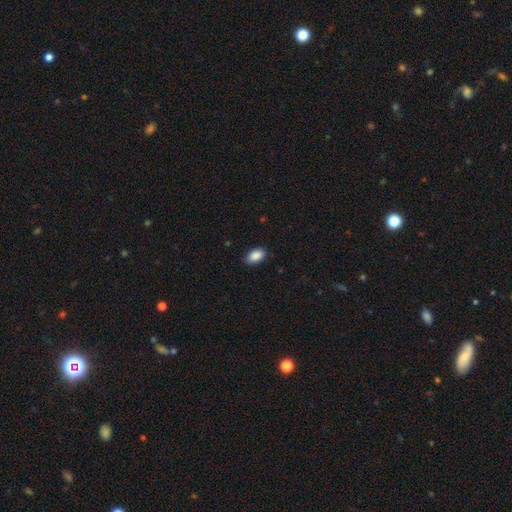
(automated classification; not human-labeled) smooth 90%, star or artifact 7%, featured or disk 3%. Down the decision tree: how rounded — in between (94%); merging — none (87%).